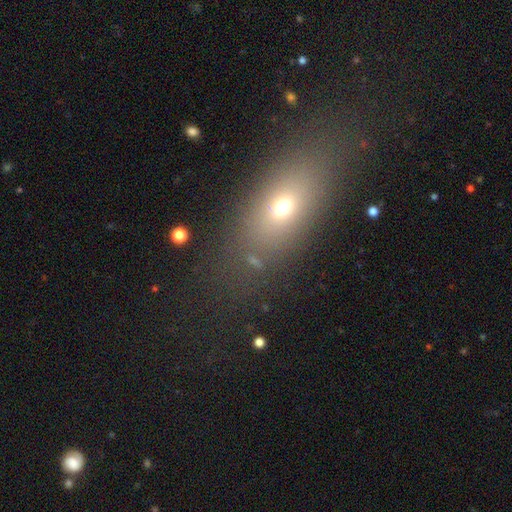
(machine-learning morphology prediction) Overall: smooth (61%). How rounded: in between (68%). Merging: none (79%).